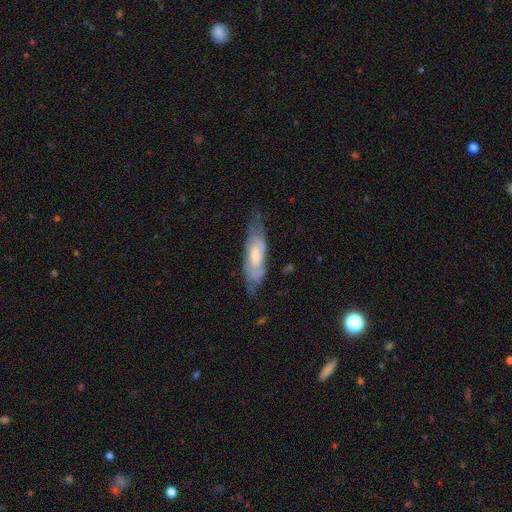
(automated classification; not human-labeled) The model was most divided on "merging": none: 58%, minor disturbance: 29%, major disturbance: 12%, merger: 2%. More confident: edge-on disk — no (75%); smooth or featured — featured or disk (63%).